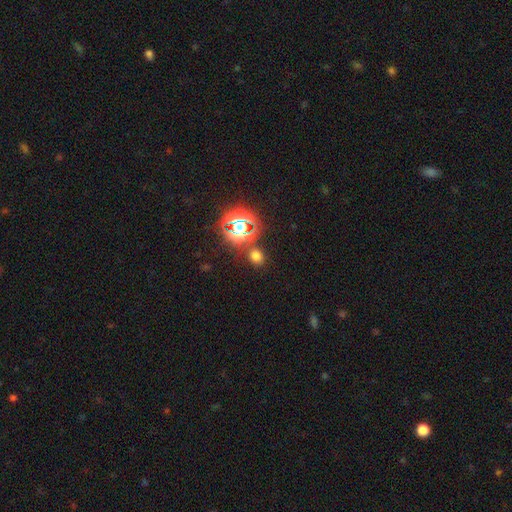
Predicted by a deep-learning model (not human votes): A smooth galaxy with no disk features (63%) that is round (62%).

Vote fractions:
- Smooth or featured? smooth: 63% / star or artifact: 32% / featured or disk: 6%
- How rounded? round: 62% / in between: 36% / cigar-shaped: 1%
- Merging? none: 81% / minor disturbance: 9% / merger: 6% / major disturbance: 3%